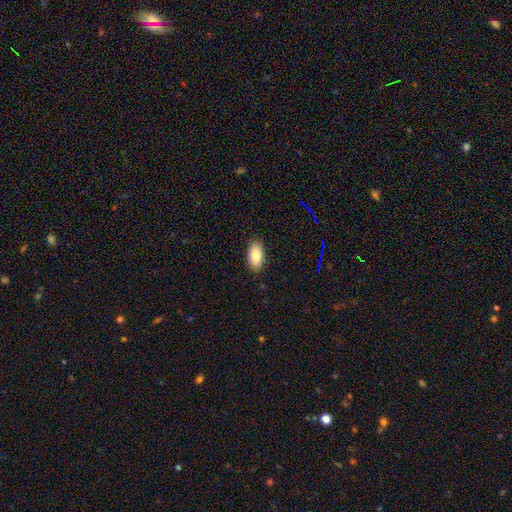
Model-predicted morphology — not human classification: smooth_or_featured: smooth (p=0.86) [alt: featured or disk p=0.07]
how_rounded: in between (p=0.93) [alt: cigar-shaped p=0.03]
merging: none (p=0.88) [alt: minor disturbance p=0.09]